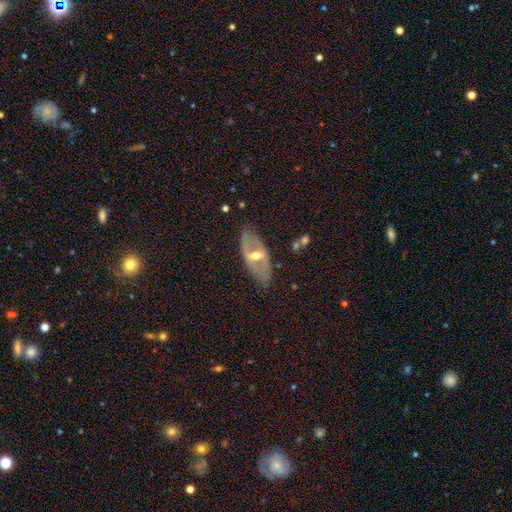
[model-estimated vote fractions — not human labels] Q: Smooth or featured?
A: featured or disk (70%); runner-up: smooth (24%)
Q: Edge-on disk?
A: no (75%); runner-up: yes (25%)
Q: Bar?
A: strong (45%); runner-up: weak (33%)
Q: Spiral arms?
A: no (68%); runner-up: yes (32%)
Q: Bulge size?
A: moderate (71%); runner-up: small (21%)
Q: Merging?
A: none (75%); runner-up: minor disturbance (17%)